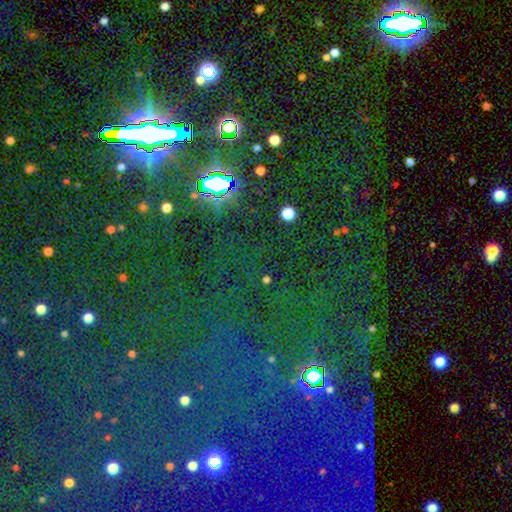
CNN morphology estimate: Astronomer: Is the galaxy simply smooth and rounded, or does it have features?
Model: star or artifact — 80%.